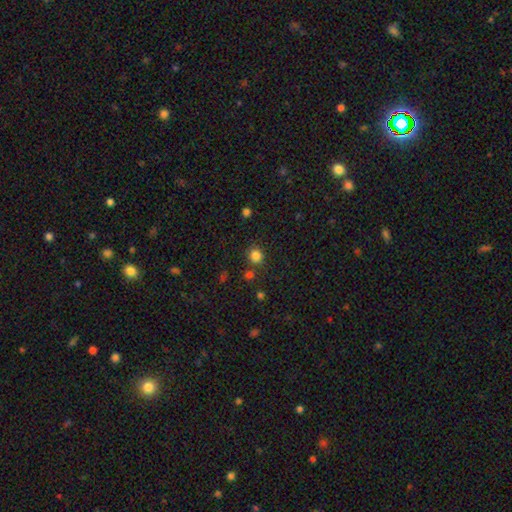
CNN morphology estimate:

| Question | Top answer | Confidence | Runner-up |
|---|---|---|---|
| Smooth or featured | smooth | 83% | star or artifact (13%) |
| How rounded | round | 86% | in between (13%) |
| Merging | none | 81% | minor disturbance (9%) |